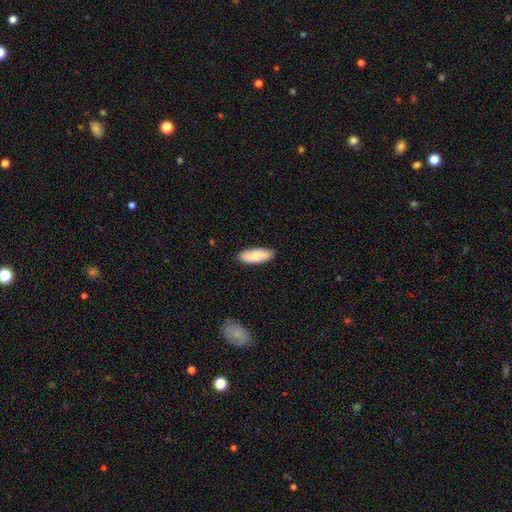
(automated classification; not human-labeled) Smooth or featured?
  - smooth: 80% *
  - featured or disk: 15%
  - star or artifact: 5%
How rounded?
  - in between: 69% *
  - cigar-shaped: 29%
  - round: 2%
Merging?
  - none: 88% *
  - minor disturbance: 9%
  - major disturbance: 2%
  - merger: 1%